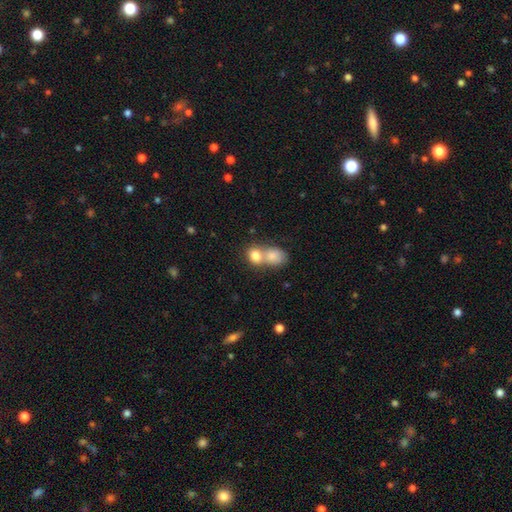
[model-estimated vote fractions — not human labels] Overall: smooth (81%). How rounded: round (54%; in between 45%). Merging: merger (64%; none 26%).